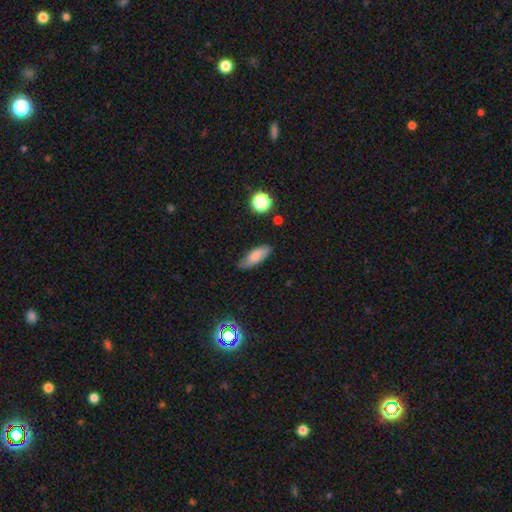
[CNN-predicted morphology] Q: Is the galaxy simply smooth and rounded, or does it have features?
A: smooth — 77%.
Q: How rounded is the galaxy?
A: in between — 69%.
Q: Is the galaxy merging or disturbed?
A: none — 81%.